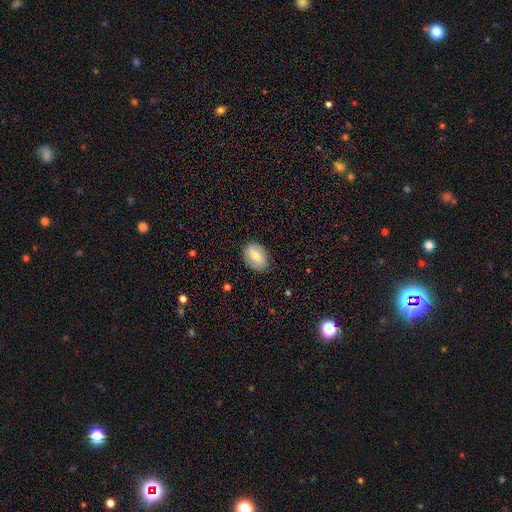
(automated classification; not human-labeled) A smooth galaxy with no disk features (65%) that is in between round and cigar-shaped (77%). Merging: none (82%).